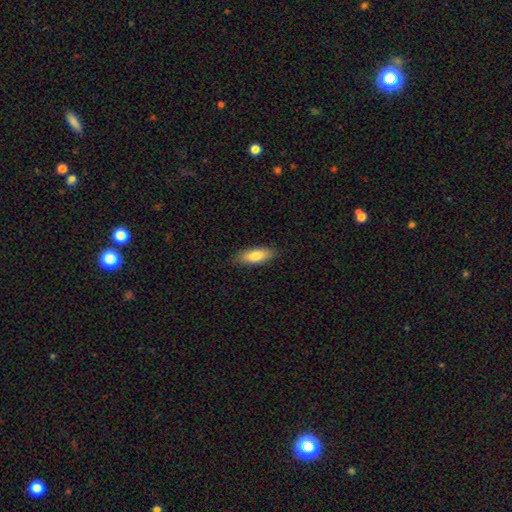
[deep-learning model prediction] smooth 79%, featured or disk 15%, star or artifact 6%. Down the decision tree: how rounded — in between (70%); merging — none (86%).